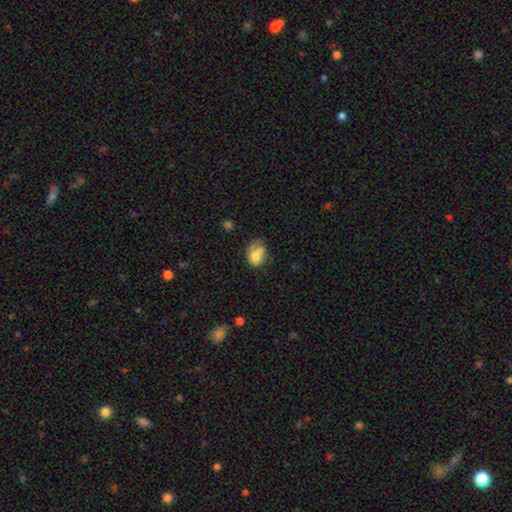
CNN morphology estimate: Smooth or featured? smooth (64%)
How rounded? in between (66%)
Merging? merger (37%)